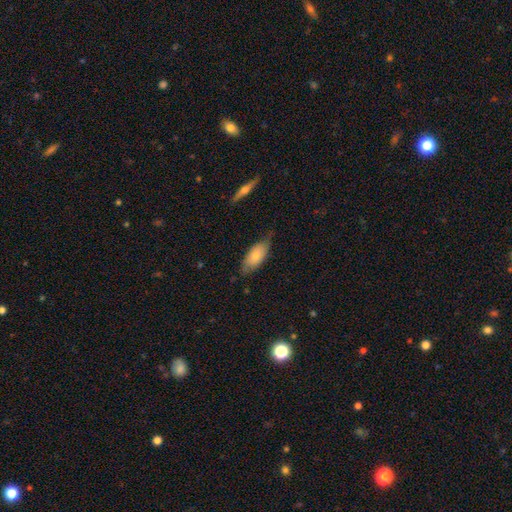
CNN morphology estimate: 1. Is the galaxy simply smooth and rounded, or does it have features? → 73% smooth, 21% featured or disk, 6% star or artifact.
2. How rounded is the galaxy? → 86% in between, 11% cigar-shaped, 2% round.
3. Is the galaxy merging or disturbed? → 66% none, 28% minor disturbance, 5% major disturbance, 2% merger.